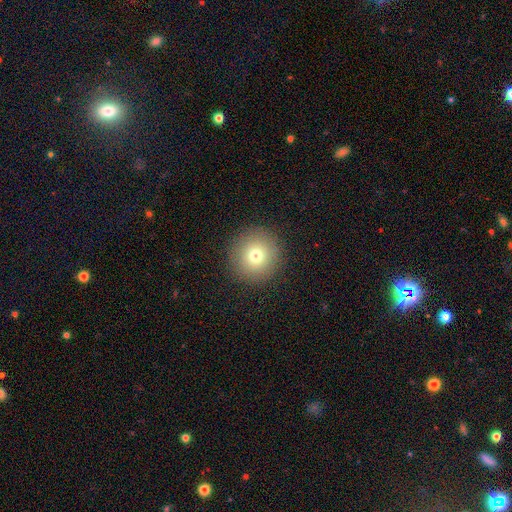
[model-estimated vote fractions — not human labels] This appears to be a smooth galaxy with no disk features (75%) that is round (95%). Merging: none (91%).